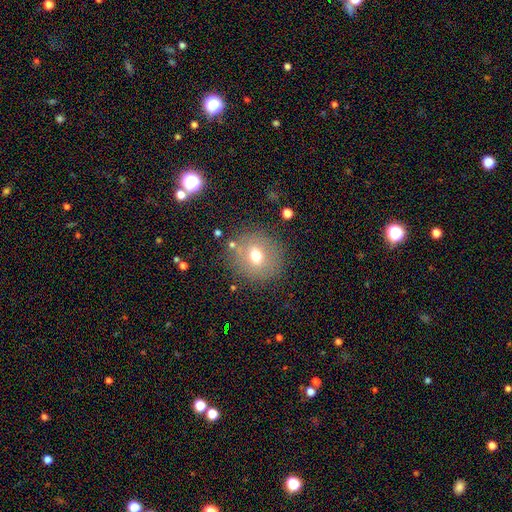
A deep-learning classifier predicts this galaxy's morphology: smooth-or-featured: smooth: 65% | featured or disk: 21% | star or artifact: 14%
  how-rounded: round: 86% | in between: 13% | cigar-shaped: 1%
  merging: none: 81% | minor disturbance: 11% | major disturbance: 5% | merger: 3%